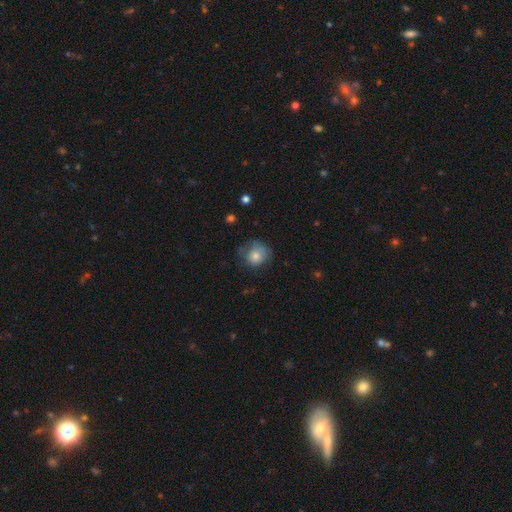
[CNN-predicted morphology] This is likely a smooth galaxy (71%). How rounded: clearly round (80%). Merging: possibly none (54%).